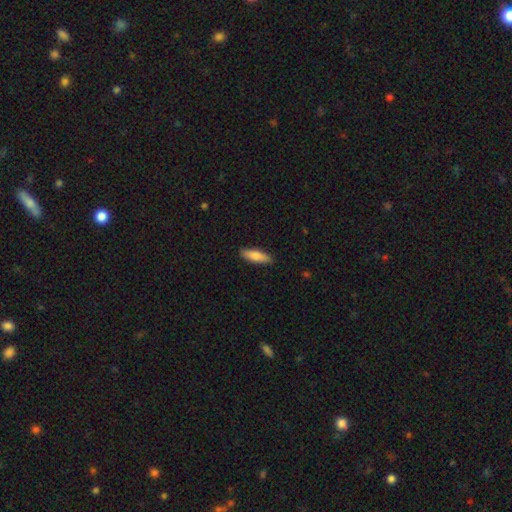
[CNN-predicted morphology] The model was most divided on "how rounded": cigar-shaped: 51%, in between: 47%, round: 2%. More confident: merging — none (87%); smooth or featured — smooth (82%).